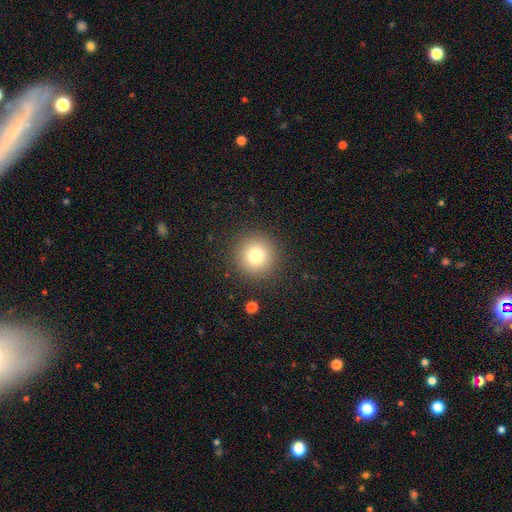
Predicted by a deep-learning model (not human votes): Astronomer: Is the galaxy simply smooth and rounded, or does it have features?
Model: smooth — 79%.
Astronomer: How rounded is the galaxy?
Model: round — 95%.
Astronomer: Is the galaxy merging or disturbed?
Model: none — 90%.